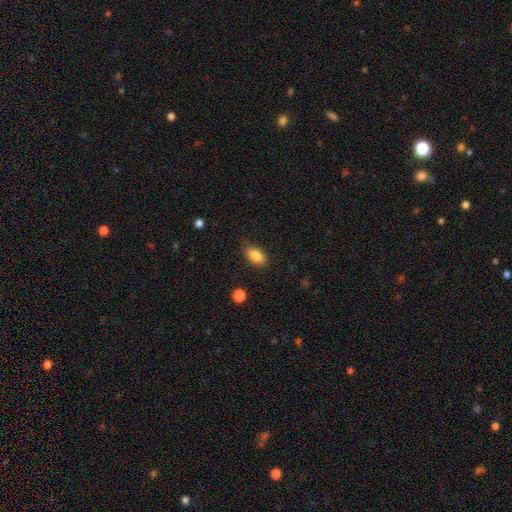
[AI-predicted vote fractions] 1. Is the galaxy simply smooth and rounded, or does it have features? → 87% smooth, 8% star or artifact, 6% featured or disk.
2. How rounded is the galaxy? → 90% in between, 6% round, 4% cigar-shaped.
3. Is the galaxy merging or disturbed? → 82% none, 13% minor disturbance, 3% major disturbance, 1% merger.